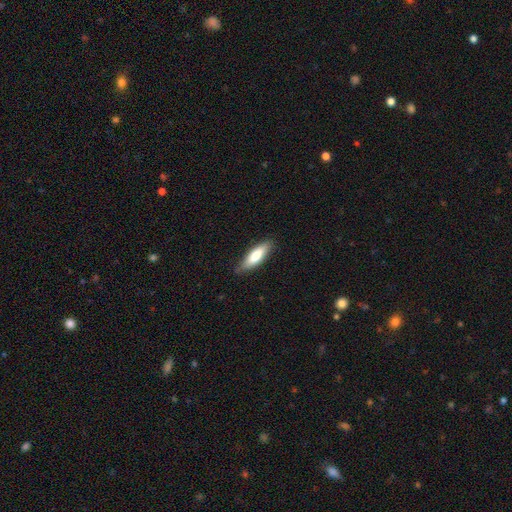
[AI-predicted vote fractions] smooth 78%, featured or disk 17%, star or artifact 5%. Down the decision tree: how rounded — cigar-shaped (51%); merging — none (82%).